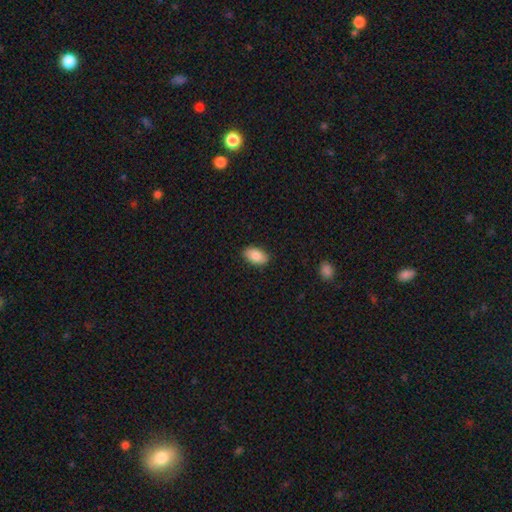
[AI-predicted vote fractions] smooth_or_featured: smooth (p=0.86) [alt: featured or disk p=0.08]
how_rounded: in between (p=0.93) [alt: round p=0.05]
merging: none (p=0.88) [alt: minor disturbance p=0.09]